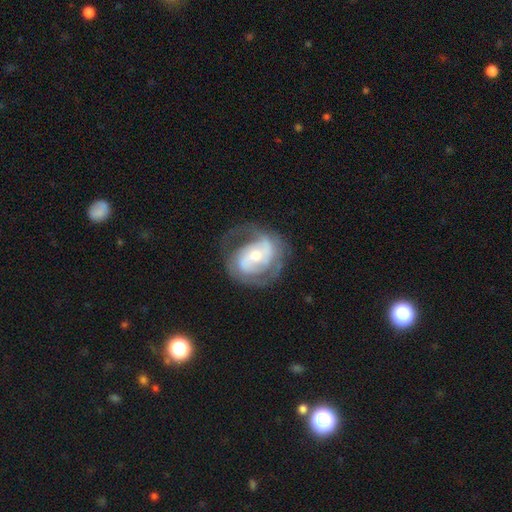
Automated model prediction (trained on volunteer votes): Morphology: type=featured or disk (77%); edge-on=no (97%); bar=no (40%); spiral arms=yes (81%); winding=medium (42%); arm count=2 (61%); bulge=moderate (47%); merging=none (55%).